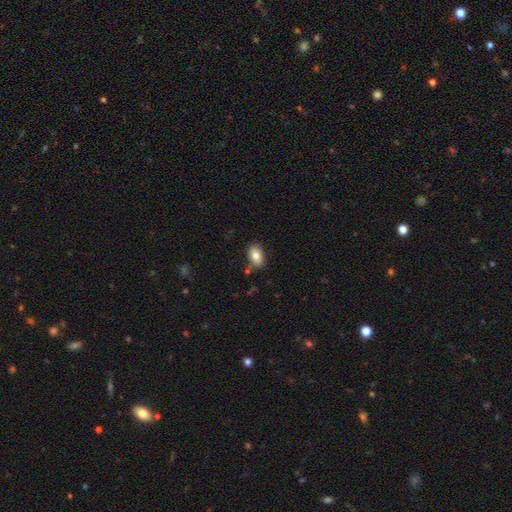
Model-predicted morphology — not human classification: This is clearly a smooth galaxy (82%). How rounded: clearly in between (88%). Merging: likely none (79%).